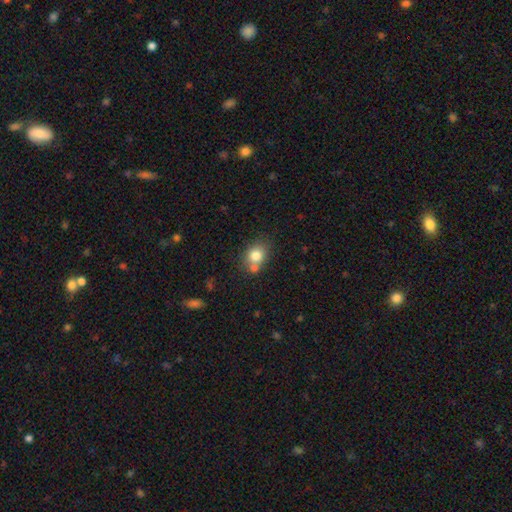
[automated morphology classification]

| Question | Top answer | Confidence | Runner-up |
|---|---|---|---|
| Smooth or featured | smooth | 78% | featured or disk (11%) |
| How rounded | round | 57% | in between (42%) |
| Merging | none | 54% | merger (27%) |